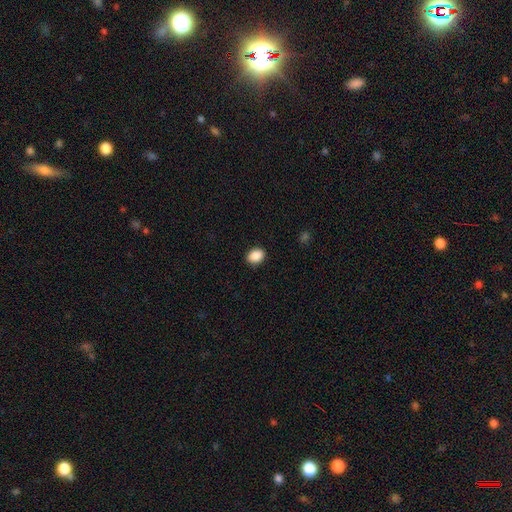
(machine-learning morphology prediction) smooth_or_featured: smooth (p=0.89) [alt: star or artifact p=0.08]
how_rounded: in between (p=0.67) [alt: round p=0.32]
merging: none (p=0.89) [alt: minor disturbance p=0.08]